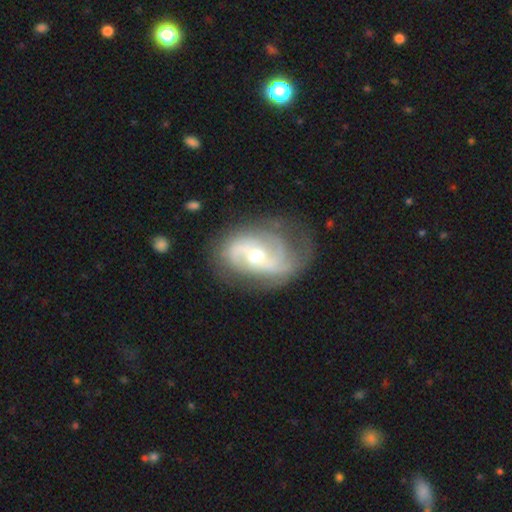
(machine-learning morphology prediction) featured or disk 85%, smooth 10%, star or artifact 5%. Down the decision tree: edge-on disk — no (97%); bar — no (46%); spiral arms — yes (94%); spiral arm count — 2 (55%); spiral winding — medium (45%); bulge size — moderate (63%); merging — none (59%).